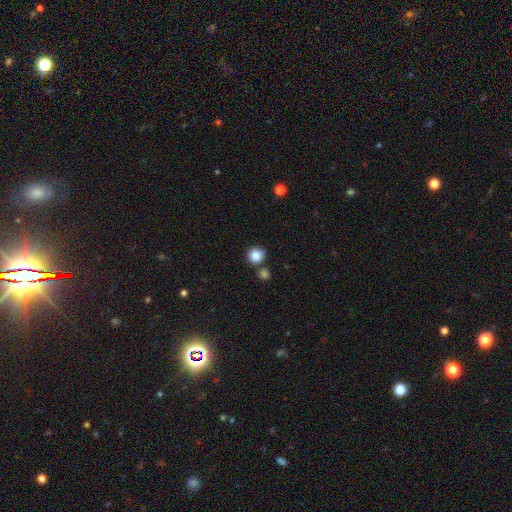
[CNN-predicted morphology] This is clearly a smooth galaxy (85%). How rounded: clearly round (92%). Merging: likely none (75%).